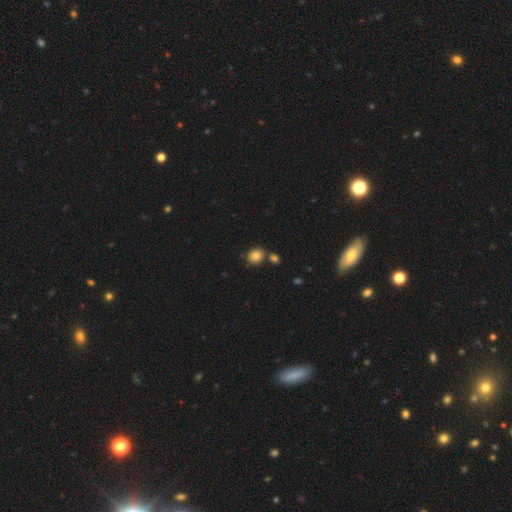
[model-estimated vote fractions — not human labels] This appears to be a smooth galaxy with no disk features (84%) that is round (77%). Merging: none (71%).